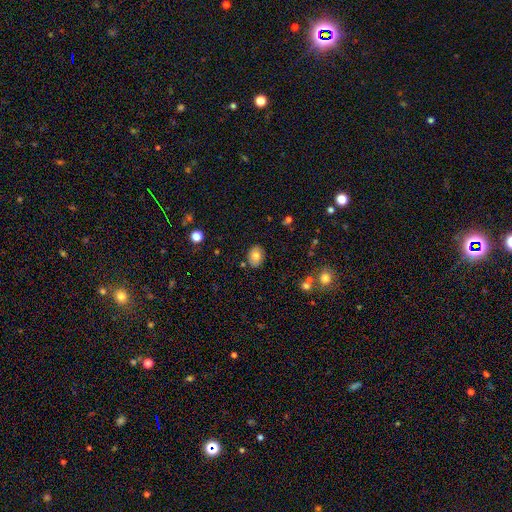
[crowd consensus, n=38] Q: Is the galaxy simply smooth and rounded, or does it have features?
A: smooth — 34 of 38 (89%).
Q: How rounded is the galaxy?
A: in between — 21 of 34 (62%).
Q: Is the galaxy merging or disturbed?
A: none — 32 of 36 (89%).